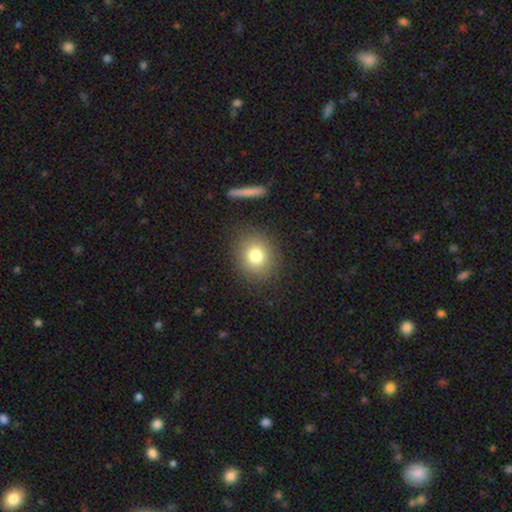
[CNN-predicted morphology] Smooth or featured? smooth (78%)
How rounded? round (79%)
Merging? none (87%)